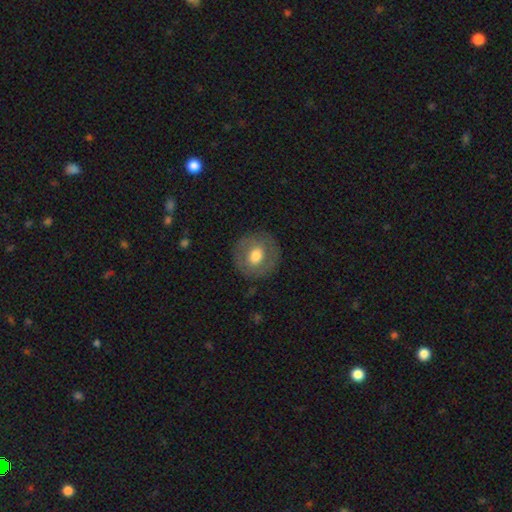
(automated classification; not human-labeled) Smooth or featured? Predicted: smooth (p=0.57). How rounded? Predicted: round (p=0.89). Merging? Predicted: none (p=0.84).